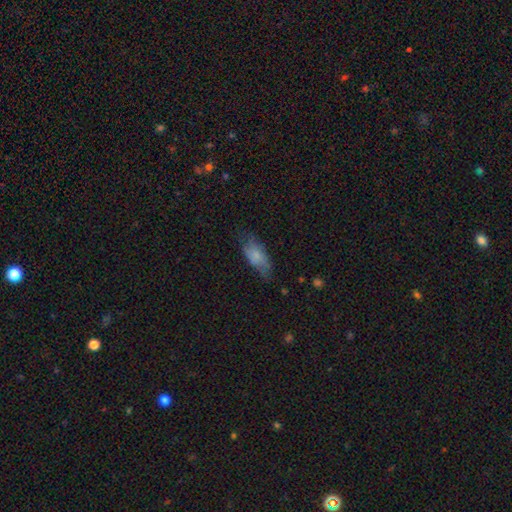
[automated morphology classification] smooth_or_featured: smooth (p=0.73) [alt: featured or disk p=0.20]
how_rounded: in between (p=0.82) [alt: cigar-shaped p=0.16]
merging: none (p=0.55) [alt: minor disturbance p=0.31]